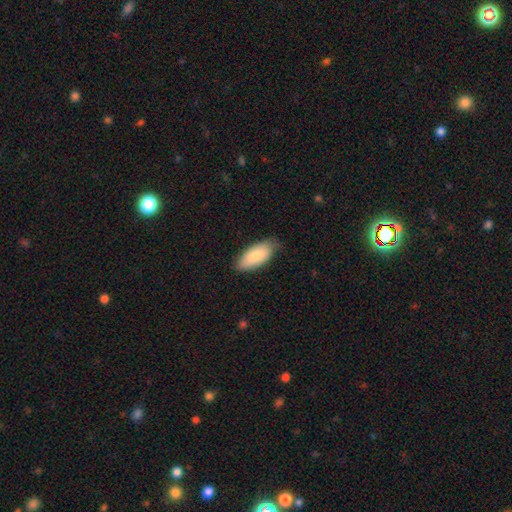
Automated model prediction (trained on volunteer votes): Overall: smooth (80%). How rounded: in between (88%). Merging: none (74%).